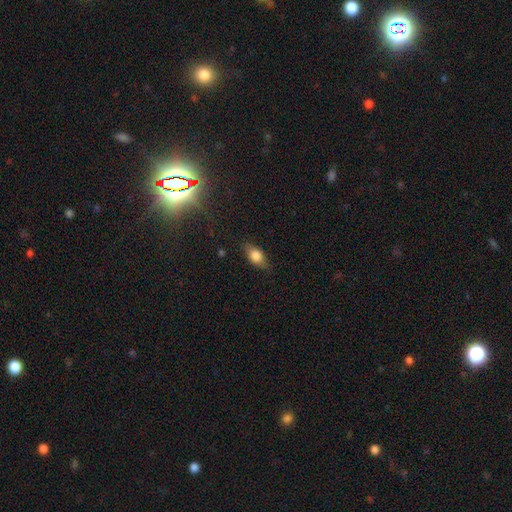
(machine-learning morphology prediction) Smooth or featured: smooth — 76% (featured or disk — 15%)
How rounded: in between — 83% (cigar-shaped — 9%)
Merging: none — 81% (minor disturbance — 14%)